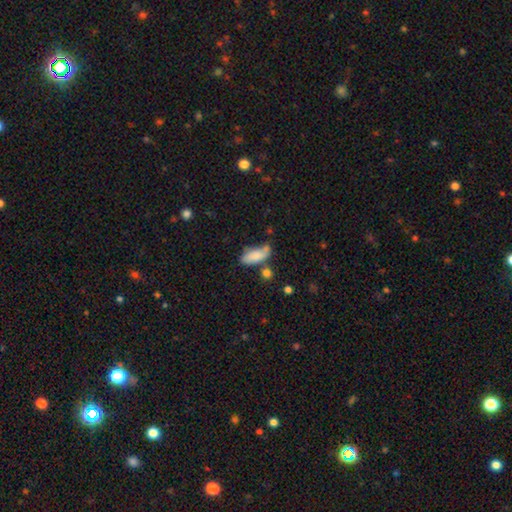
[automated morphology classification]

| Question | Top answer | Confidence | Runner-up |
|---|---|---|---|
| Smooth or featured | smooth | 77% | featured or disk (15%) |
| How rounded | in between | 77% | cigar-shaped (20%) |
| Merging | none | 46% | minor disturbance (27%) |